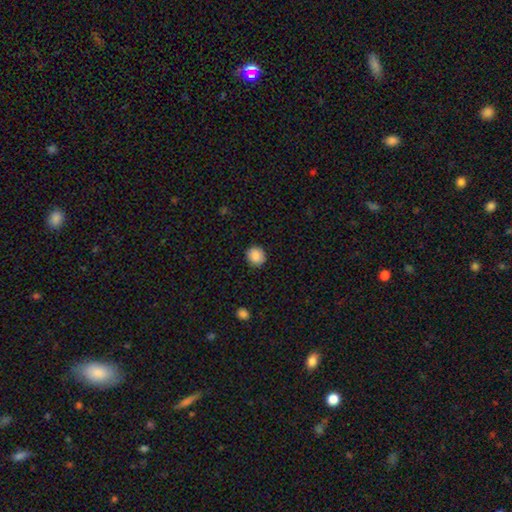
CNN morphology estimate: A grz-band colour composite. It shows a smooth galaxy with no disk features (87%) that is round (86%). Merging: none (90%).